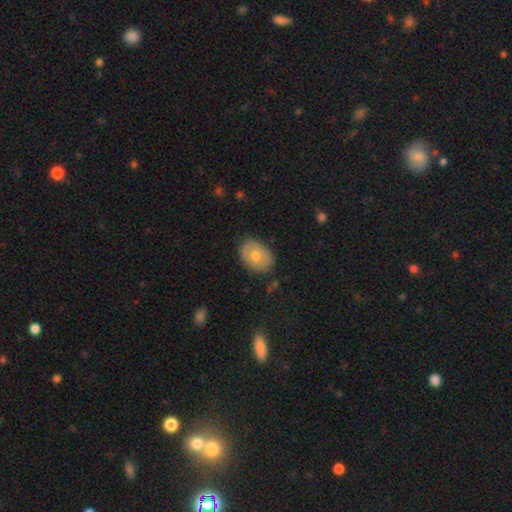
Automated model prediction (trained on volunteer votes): smooth 68%, featured or disk 25%, star or artifact 7%. Down the decision tree: how rounded — in between (76%); merging — none (83%).